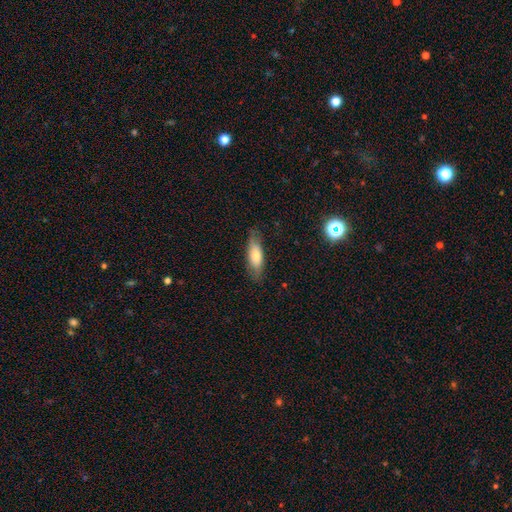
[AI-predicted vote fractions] smooth_or_featured: smooth (p=0.70) [alt: featured or disk p=0.24]
how_rounded: in between (p=0.60) [alt: cigar-shaped p=0.37]
merging: none (p=0.78) [alt: minor disturbance p=0.17]